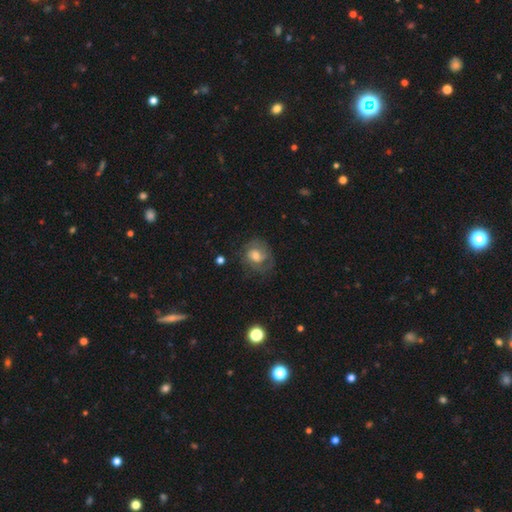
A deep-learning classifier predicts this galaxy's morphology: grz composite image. It shows a featured or disk galaxy (56%) with no bar (64%), spiral arms (78%) and a moderate central bulge (58%). Merging: none (61%).